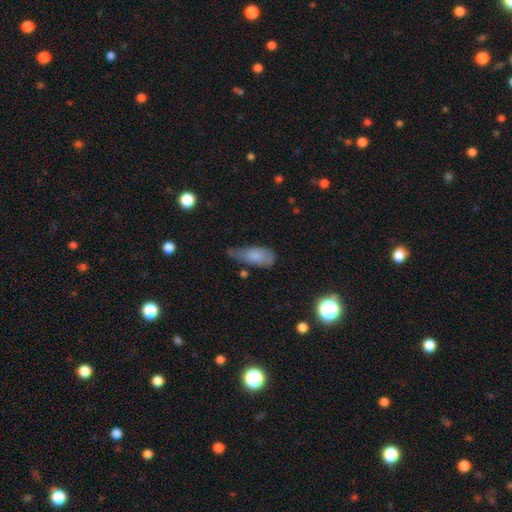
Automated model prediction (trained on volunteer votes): A smooth galaxy with no disk features (73%) that is in between round and cigar-shaped (81%). Merging: minor disturbance (44%).